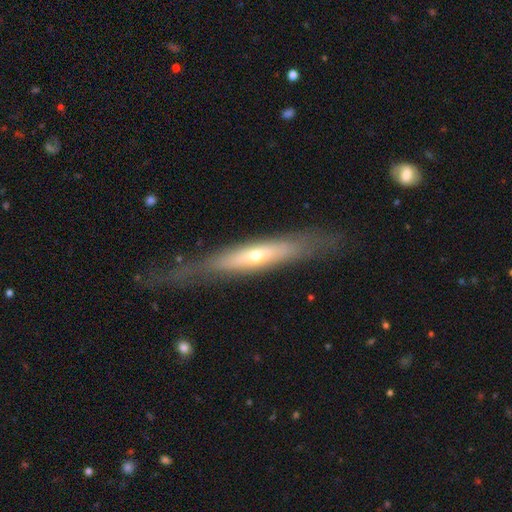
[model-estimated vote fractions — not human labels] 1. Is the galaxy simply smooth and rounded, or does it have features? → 60% featured or disk, 33% smooth, 7% star or artifact.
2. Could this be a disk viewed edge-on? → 75% yes, 25% no.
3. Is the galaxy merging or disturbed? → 64% none, 20% minor disturbance, 14% major disturbance, 2% merger.